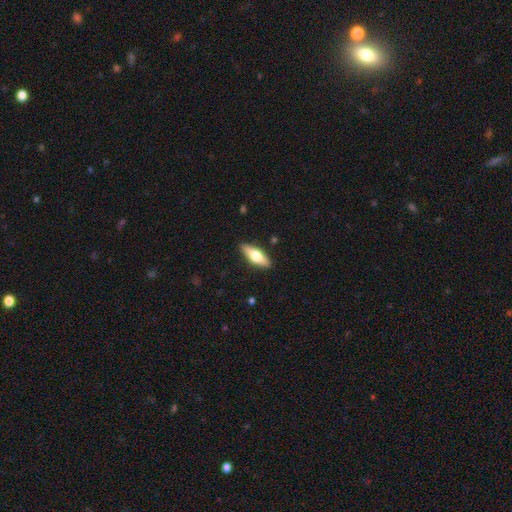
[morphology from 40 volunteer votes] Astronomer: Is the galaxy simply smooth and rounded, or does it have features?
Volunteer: smooth — 52% (runner-up: featured or disk, 45%).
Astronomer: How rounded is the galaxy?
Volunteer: in between — 57% (runner-up: cigar-shaped, 43%).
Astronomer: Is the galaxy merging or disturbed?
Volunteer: none — 92%.